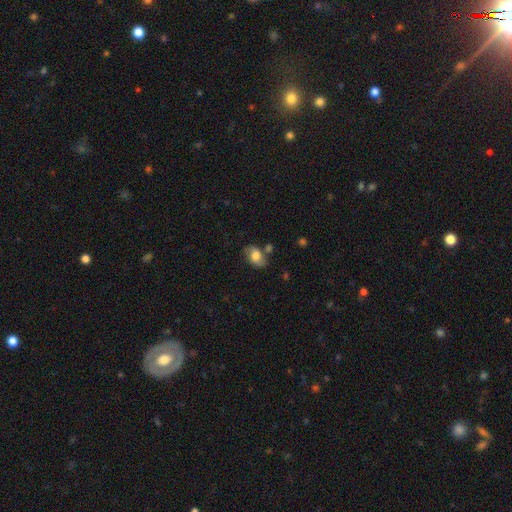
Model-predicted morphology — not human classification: Smooth or featured: smooth — 62% (featured or disk — 30%)
How rounded: in between — 81% (round — 17%)
Merging: none — 61% (minor disturbance — 22%)